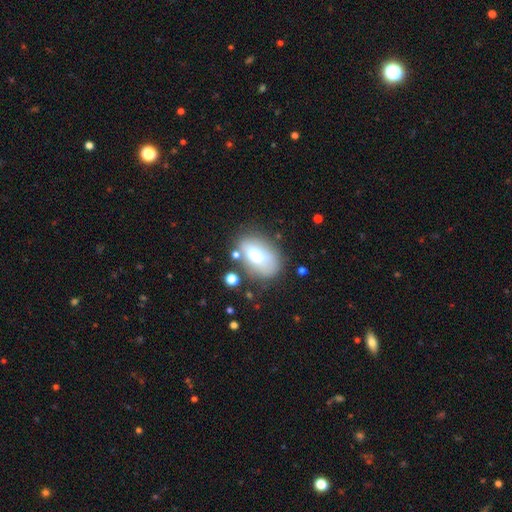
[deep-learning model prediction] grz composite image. It shows a smooth galaxy with no disk features (63%) that is in between round and cigar-shaped (84%). Merging: none (66%).